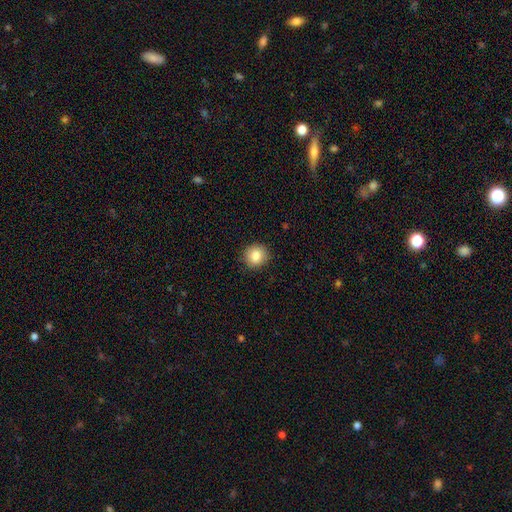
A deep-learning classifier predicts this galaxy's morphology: Smooth or featured? Predicted: smooth (p=0.85). How rounded? Predicted: round (p=0.88). Merging? Predicted: none (p=0.89).